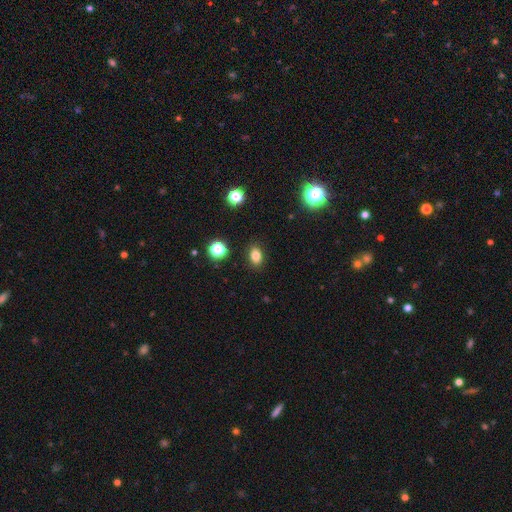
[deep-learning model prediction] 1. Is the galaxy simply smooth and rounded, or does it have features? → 81% smooth, 13% star or artifact, 7% featured or disk.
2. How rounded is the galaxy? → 76% in between, 23% round, 1% cigar-shaped.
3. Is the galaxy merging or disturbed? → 88% none, 9% minor disturbance, 2% major disturbance, 2% merger.